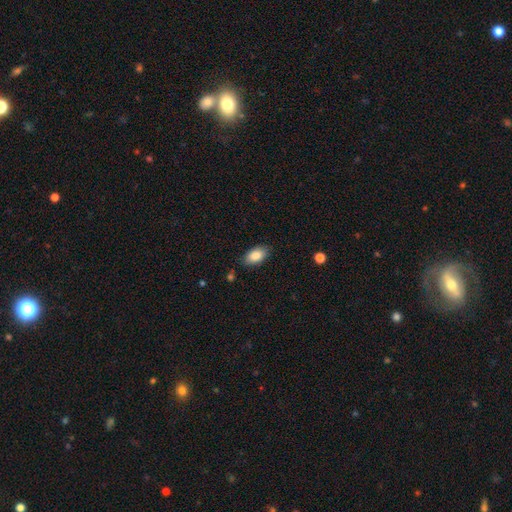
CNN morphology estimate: Q: Smooth or featured?
A: smooth (87%); runner-up: star or artifact (7%)
Q: How rounded?
A: in between (93%); runner-up: round (4%)
Q: Merging?
A: none (83%); runner-up: minor disturbance (12%)